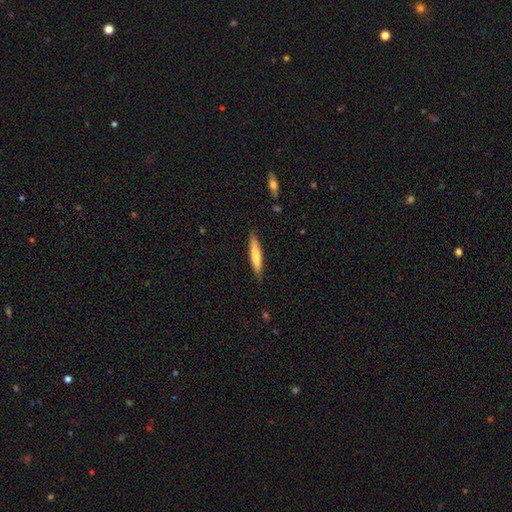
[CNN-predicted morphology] This appears to be a smooth galaxy with no disk features (70%) that is cigar-shaped (91%). Merging: none (87%).